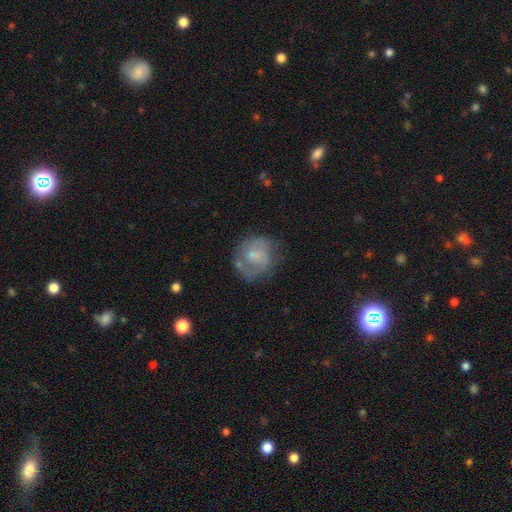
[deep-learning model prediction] Smooth or featured?
  - featured or disk: 60% *
  - smooth: 31%
  - star or artifact: 9%
Edge-on disk?
  - no: 98% *
  - yes: 2%
Bar?
  - no: 55% *
  - weak: 38%
  - strong: 6%
Spiral arms?
  - yes: 82% *
  - no: 18%
Bulge size?
  - small: 52% *
  - moderate: 23%
  - none: 21%
  - large: 2%
  - dominant: 1%
Merging?
  - none: 63% *
  - minor disturbance: 21%
  - major disturbance: 13%
  - merger: 3%